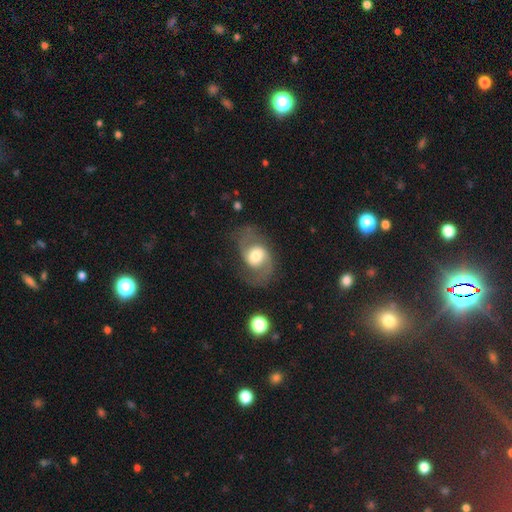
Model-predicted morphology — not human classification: This is likely a featured or disk galaxy (75%). It is clearly not viewed edge-on (97%). Bar: possibly no (56%). Spiral arm pattern: clearly yes (90%). Spiral arm count: clearly 2 (89%). Spiral winding: possibly medium (49%). Central bulge: possibly moderate (58%). Merging: likely none (67%).